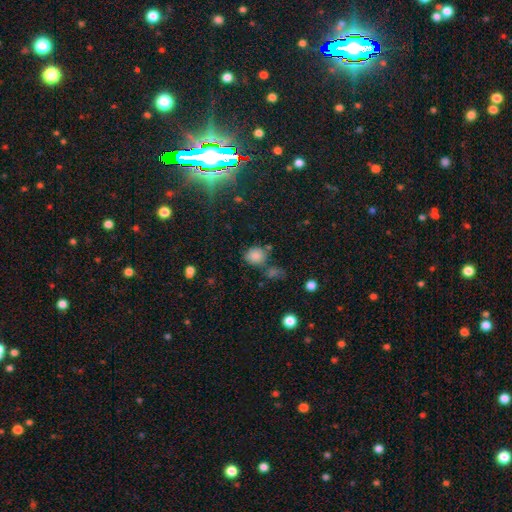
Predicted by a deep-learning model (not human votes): Morphology: type=smooth (80%); roundness=round (69%); merging=none (64%).